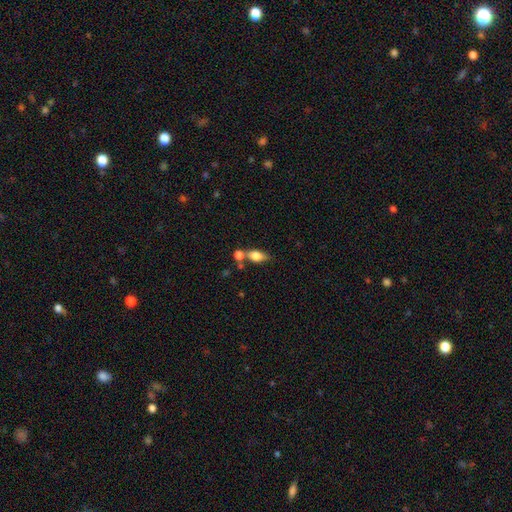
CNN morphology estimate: Smooth or featured: smooth — 75% (featured or disk — 16%)
How rounded: in between — 80% (round — 11%)
Merging: none — 46% (merger — 35%)